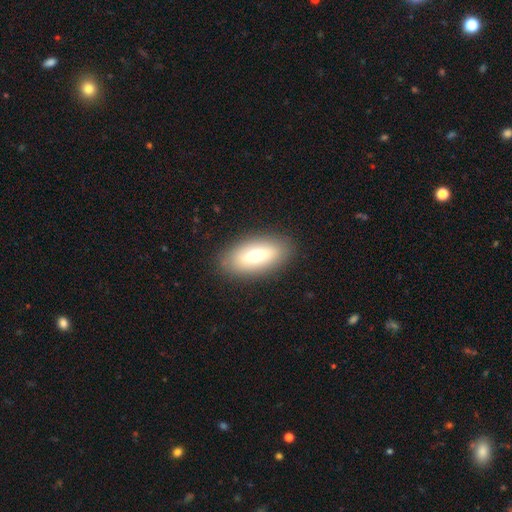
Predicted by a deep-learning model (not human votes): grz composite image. It shows a smooth galaxy with no disk features (63%) that is in between round and cigar-shaped (86%). Merging: none (86%).